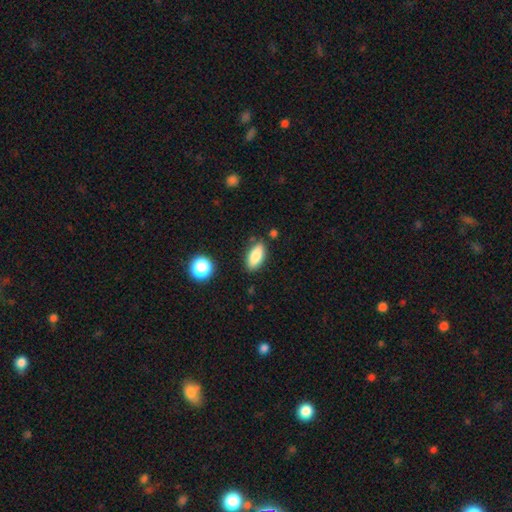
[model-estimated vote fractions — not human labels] The model was most divided on "how rounded": in between: 83%, cigar-shaped: 13%, round: 3%. More confident: smooth or featured — smooth (84%); merging — none (82%).